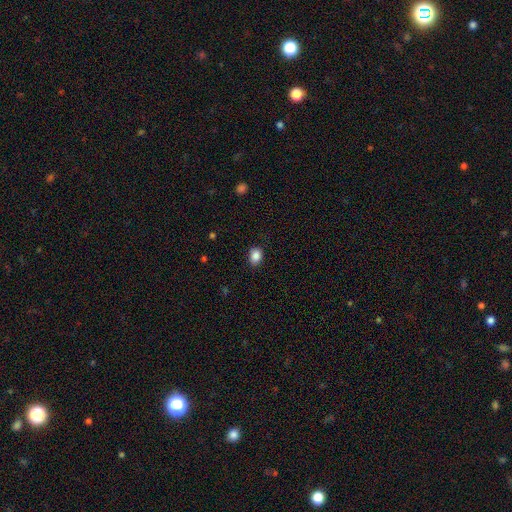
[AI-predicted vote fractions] Smooth or featured: smooth — 87% (star or artifact — 9%)
How rounded: in between — 56% (round — 43%)
Merging: none — 86% (minor disturbance — 10%)